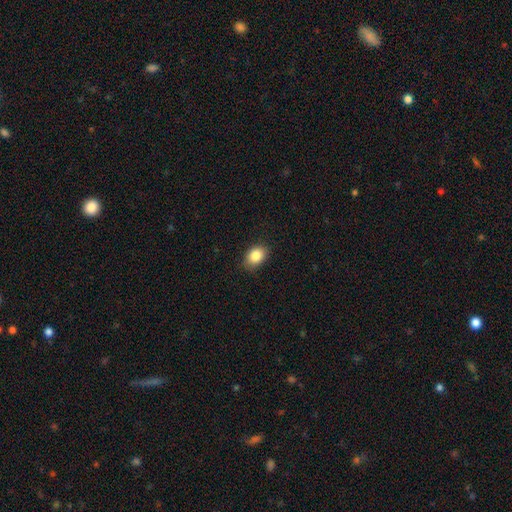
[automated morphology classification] Smooth or featured?
  - smooth: 85% *
  - star or artifact: 9%
  - featured or disk: 6%
How rounded?
  - in between: 73% *
  - round: 26%
  - cigar-shaped: 1%
Merging?
  - none: 85% *
  - minor disturbance: 12%
  - major disturbance: 2%
  - merger: 1%